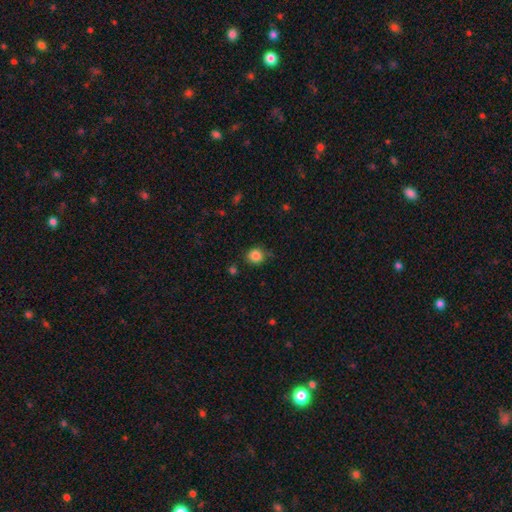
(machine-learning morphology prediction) Smooth or featured? Predicted: smooth (p=0.85). How rounded? Predicted: round (p=0.82). Merging? Predicted: none (p=0.78).